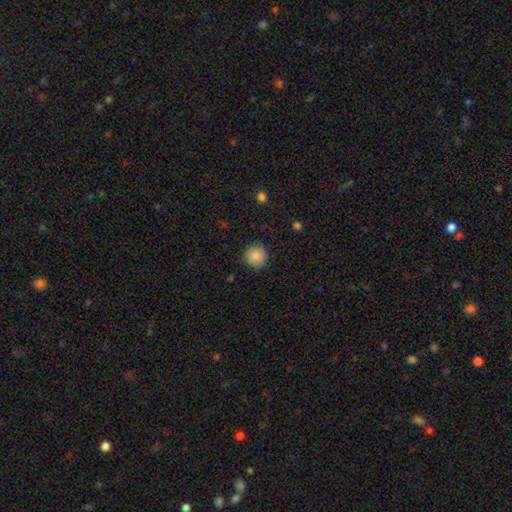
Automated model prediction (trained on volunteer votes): This appears to be a smooth galaxy with no disk features (87%) that is round (95%). Merging: none (89%).